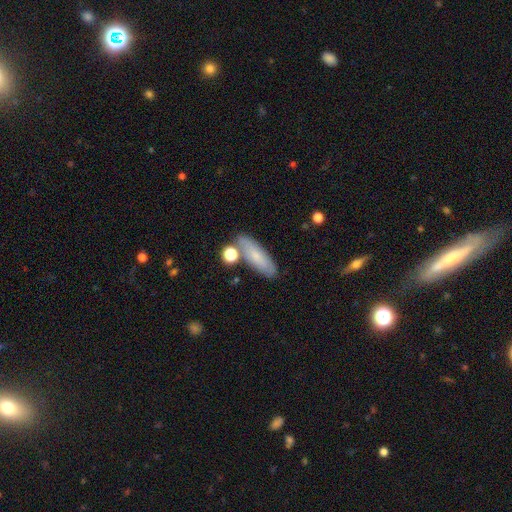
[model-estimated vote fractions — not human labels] smooth-or-featured: smooth: 72% | featured or disk: 20% | star or artifact: 8%
  how-rounded: in between: 54% | cigar-shaped: 43% | round: 3%
  merging: none: 71% | minor disturbance: 15% | merger: 10% | major disturbance: 4%